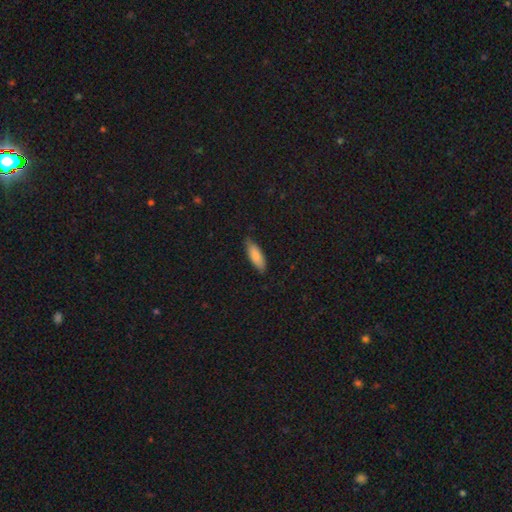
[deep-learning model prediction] Overall: smooth (86%). How rounded: in between (64%; cigar-shaped 35%). Merging: none (81%).